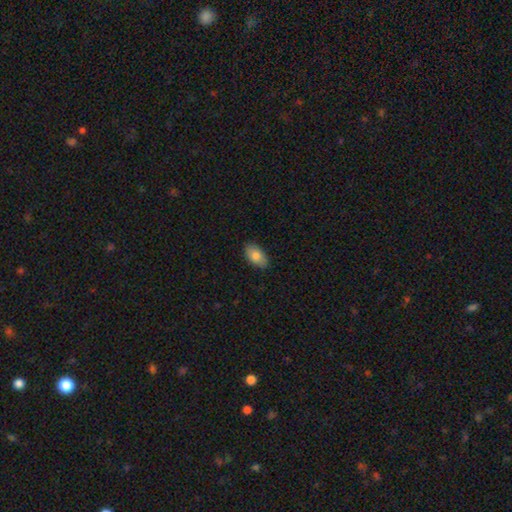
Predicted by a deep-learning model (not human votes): Q: Smooth or featured?
A: smooth (83%); runner-up: featured or disk (10%)
Q: How rounded?
A: in between (93%); runner-up: round (5%)
Q: Merging?
A: none (87%); runner-up: minor disturbance (10%)